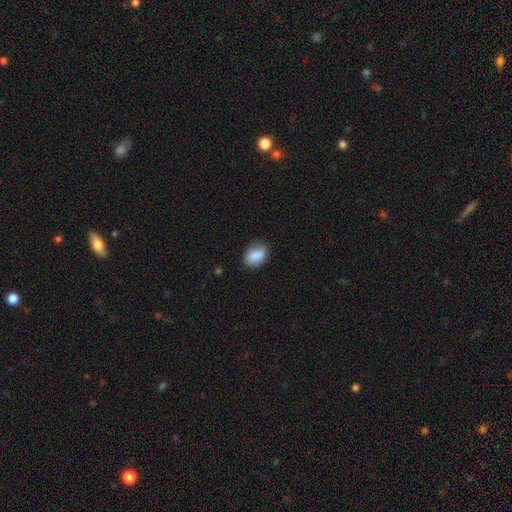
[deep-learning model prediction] The model was most divided on "how rounded": in between: 72%, round: 26%, cigar-shaped: 2%. More confident: smooth or featured — smooth (85%); merging — none (75%).